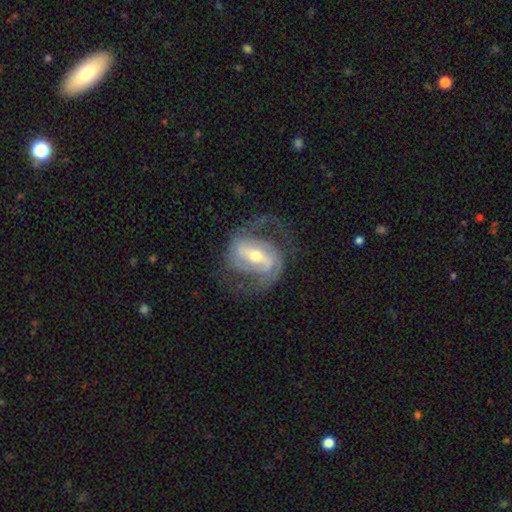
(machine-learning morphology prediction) Q: Smooth or featured?
A: featured or disk (89%); runner-up: smooth (6%)
Q: Edge-on disk?
A: no (97%); runner-up: yes (3%)
Q: Bar?
A: strong (52%); runner-up: weak (35%)
Q: Spiral arms?
A: yes (96%); runner-up: no (4%)
Q: Spiral winding?
A: medium (54%); runner-up: tight (25%)
Q: Spiral arm count?
A: 2 (85%); runner-up: 3 (5%)
Q: Bulge size?
A: moderate (58%); runner-up: small (36%)
Q: Merging?
A: none (68%); runner-up: minor disturbance (15%)